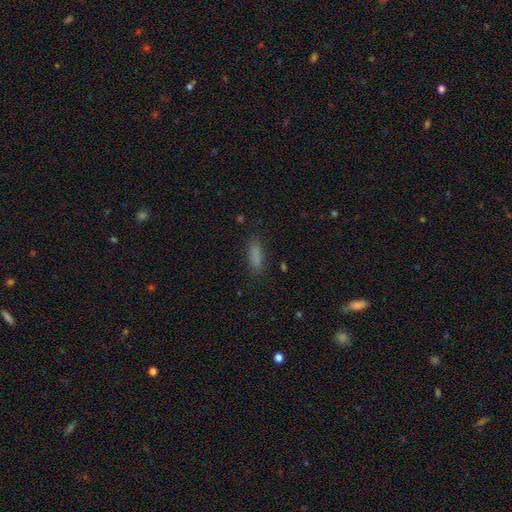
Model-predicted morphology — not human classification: Smooth or featured: smooth — 83% (star or artifact — 11%)
How rounded: cigar-shaped — 52% (in between — 45%)
Merging: none — 82% (minor disturbance — 13%)